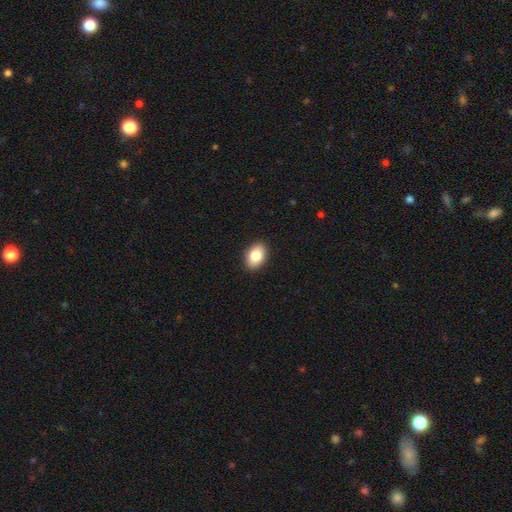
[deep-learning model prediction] This appears to be a smooth galaxy with no disk features (83%) that is in between round and cigar-shaped (87%). Merging: none (90%).